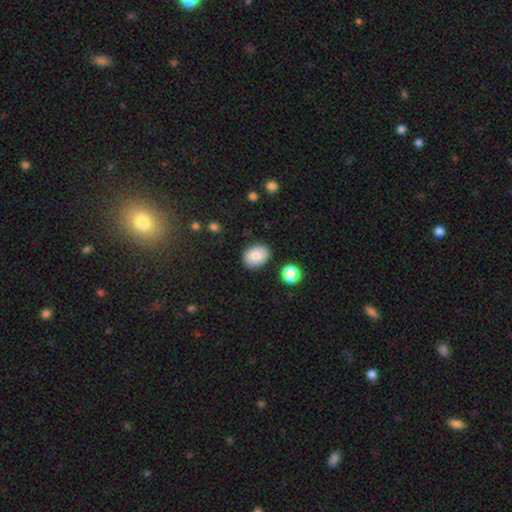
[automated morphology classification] Smooth or featured? Predicted: smooth (p=0.79). How rounded? Predicted: in between (p=0.64). Merging? Predicted: none (p=0.86).